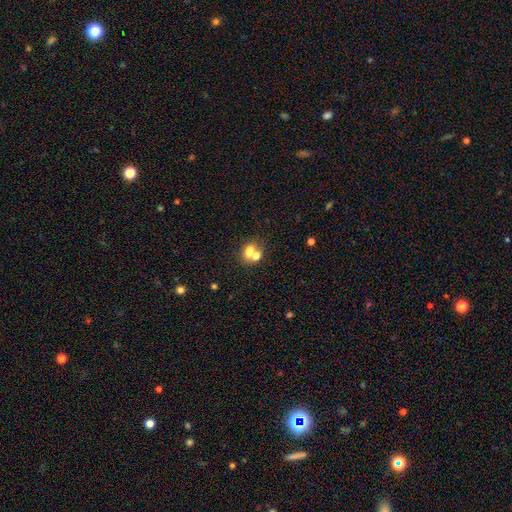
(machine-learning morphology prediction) A smooth galaxy with no disk features (70%) that is round (54%). Merging: merger (54%).